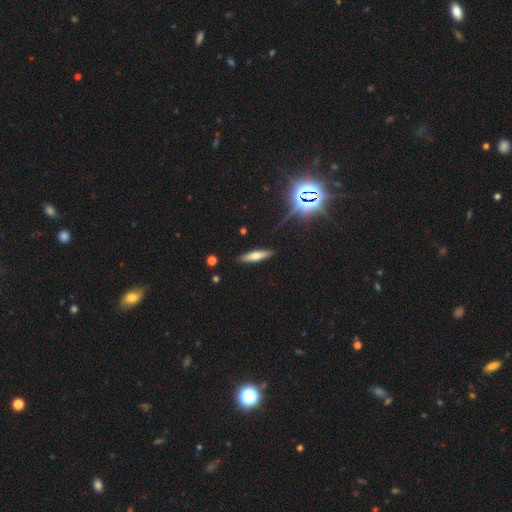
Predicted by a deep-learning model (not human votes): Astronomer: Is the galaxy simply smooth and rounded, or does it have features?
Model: smooth — 60%.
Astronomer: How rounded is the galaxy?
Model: cigar-shaped — 77%.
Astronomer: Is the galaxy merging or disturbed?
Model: none — 88%.